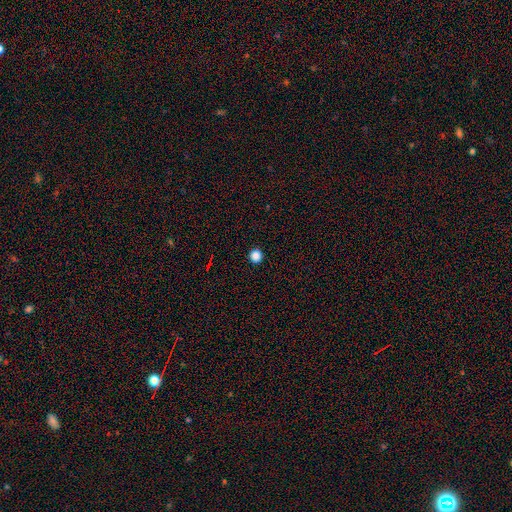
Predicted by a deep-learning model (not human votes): Smooth or featured? Predicted: smooth (p=0.85). How rounded? Predicted: round (p=0.94). Merging? Predicted: none (p=0.93).